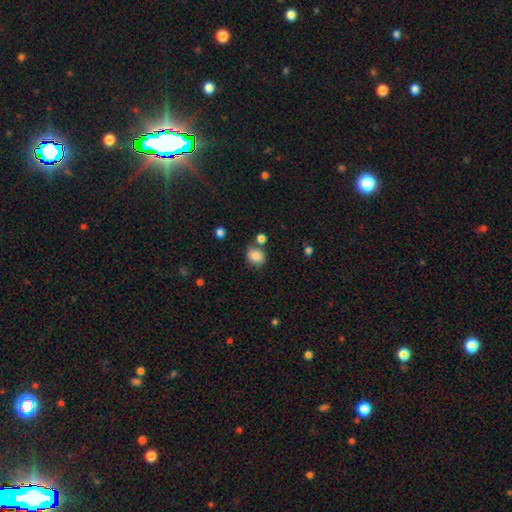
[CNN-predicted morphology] Q: Smooth or featured?
A: smooth (85%); runner-up: star or artifact (10%)
Q: How rounded?
A: round (72%); runner-up: in between (27%)
Q: Merging?
A: none (71%); runner-up: minor disturbance (13%)